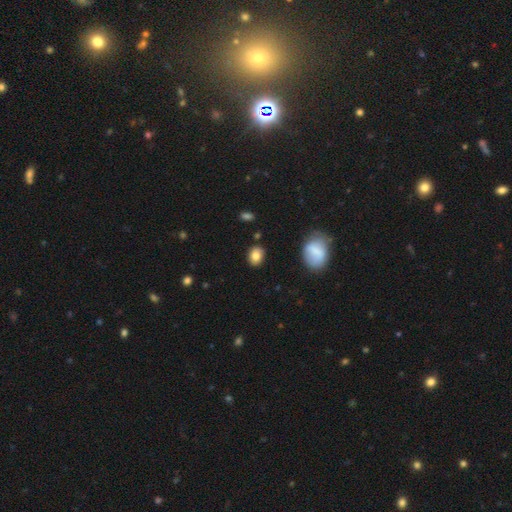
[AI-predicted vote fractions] A smooth galaxy with no disk features (81%) that is in between round and cigar-shaped (59%).

Vote fractions:
- Smooth or featured? smooth: 81% / featured or disk: 9% / star or artifact: 9%
- How rounded? in between: 59% / round: 39% / cigar-shaped: 1%
- Merging? none: 83% / minor disturbance: 12% / major disturbance: 3% / merger: 2%